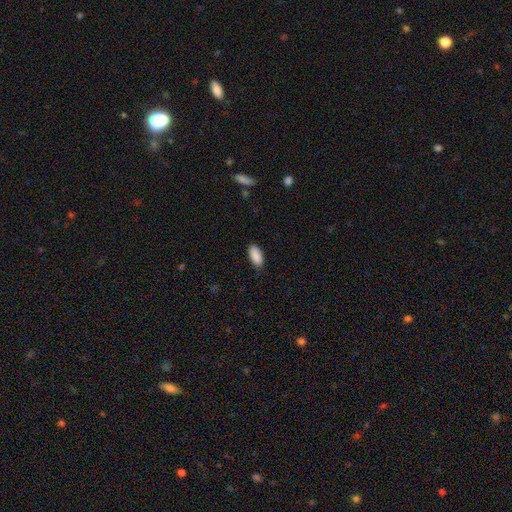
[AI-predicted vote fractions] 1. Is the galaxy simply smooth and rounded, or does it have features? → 90% smooth, 6% star or artifact, 3% featured or disk.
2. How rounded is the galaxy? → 88% in between, 10% cigar-shaped, 2% round.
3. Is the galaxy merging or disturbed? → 86% none, 11% minor disturbance, 2% major disturbance, 1% merger.